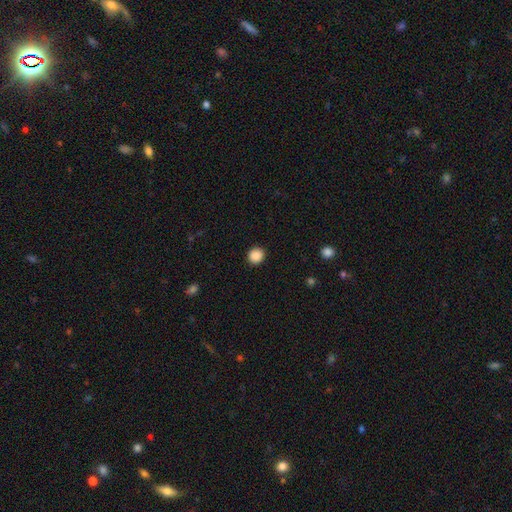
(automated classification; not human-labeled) This appears to be a smooth galaxy with no disk features (88%) that is round (87%). Merging: none (91%).